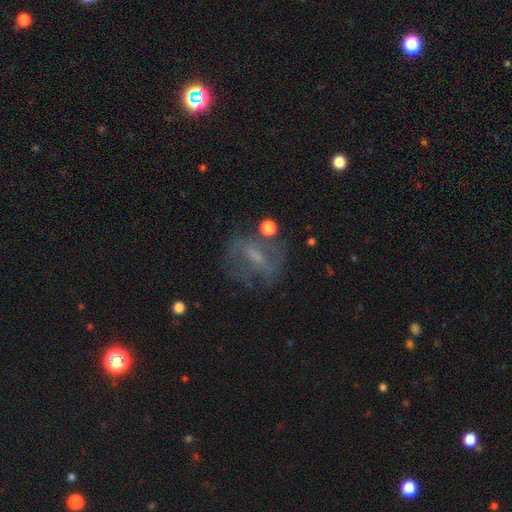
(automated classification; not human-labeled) Q: Smooth or featured?
A: featured or disk (55%); runner-up: smooth (29%)
Q: Edge-on disk?
A: no (88%); runner-up: yes (12%)
Q: Merging?
A: none (63%); runner-up: minor disturbance (17%)